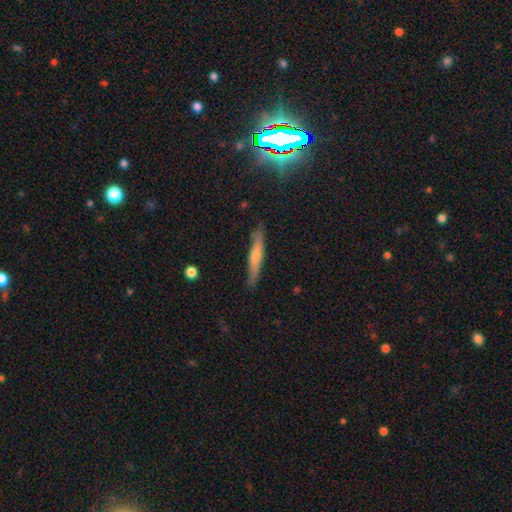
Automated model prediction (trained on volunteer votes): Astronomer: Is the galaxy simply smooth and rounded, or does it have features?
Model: smooth — 48% (runner-up: featured or disk, 44%).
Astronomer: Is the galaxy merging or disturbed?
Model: none — 87%.